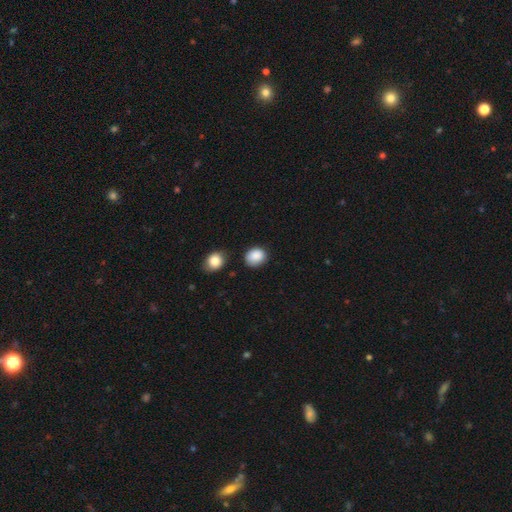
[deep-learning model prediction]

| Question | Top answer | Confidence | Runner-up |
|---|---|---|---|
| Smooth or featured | smooth | 88% | star or artifact (8%) |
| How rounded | round | 59% | in between (40%) |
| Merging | none | 76% | minor disturbance (16%) |